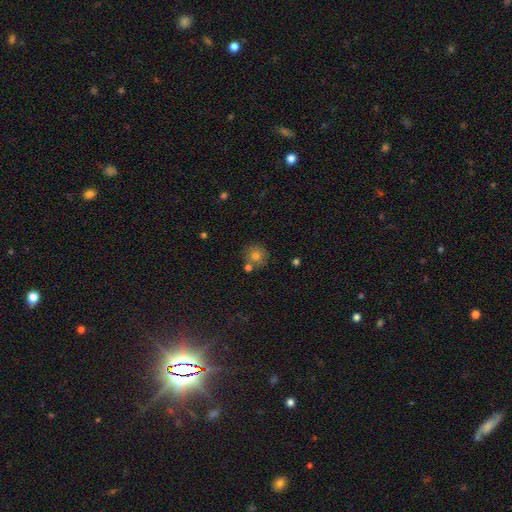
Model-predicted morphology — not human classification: A smooth galaxy with no disk features (77%) that is round (93%). Merging: none (75%).